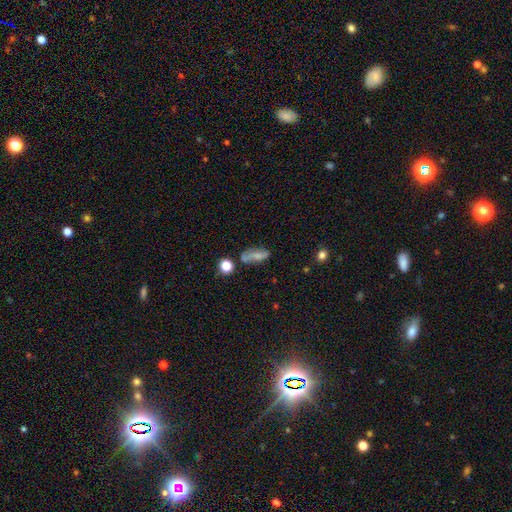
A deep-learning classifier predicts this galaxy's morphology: Smooth or featured?
  - smooth: 62% *
  - featured or disk: 28%
  - star or artifact: 10%
How rounded?
  - in between: 68% *
  - cigar-shaped: 25%
  - round: 7%
Merging?
  - none: 61% *
  - minor disturbance: 23%
  - major disturbance: 8%
  - merger: 8%